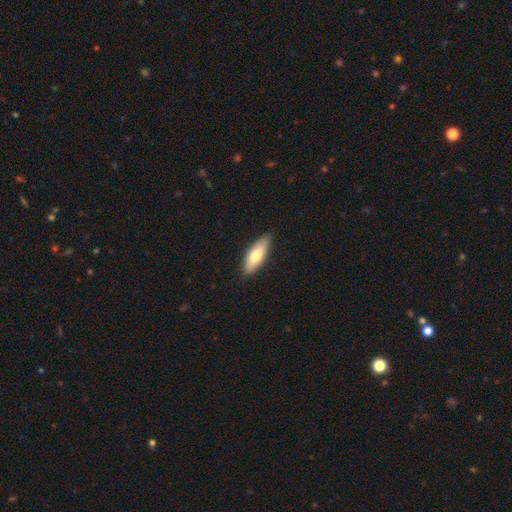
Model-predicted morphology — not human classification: smooth 71%, featured or disk 24%, star or artifact 5%. Down the decision tree: how rounded — in between (65%); merging — none (86%).